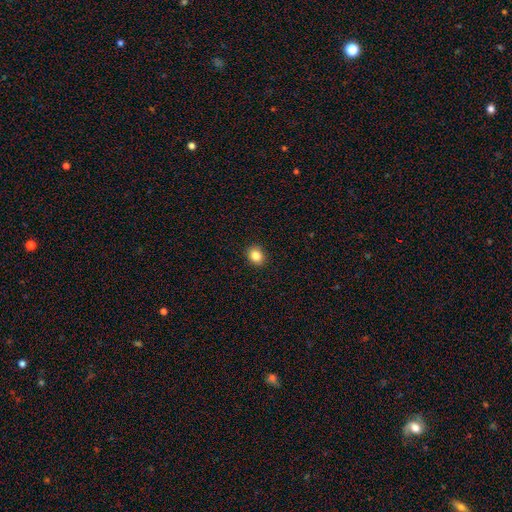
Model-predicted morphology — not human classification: Overall: smooth (84%). How rounded: round (60%; in between 39%). Merging: none (91%).